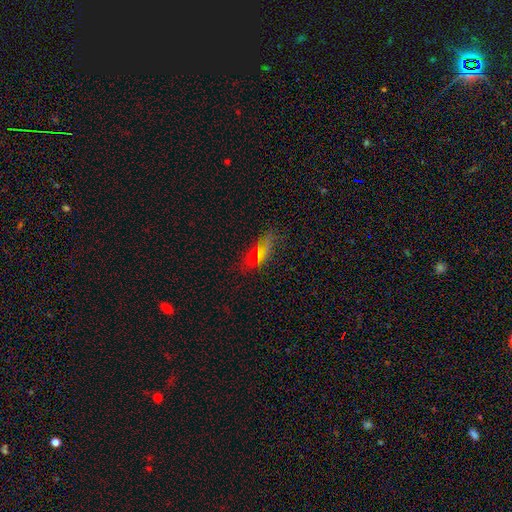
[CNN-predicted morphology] type=smooth (57%); roundness=in between (78%); merging=none (80%).